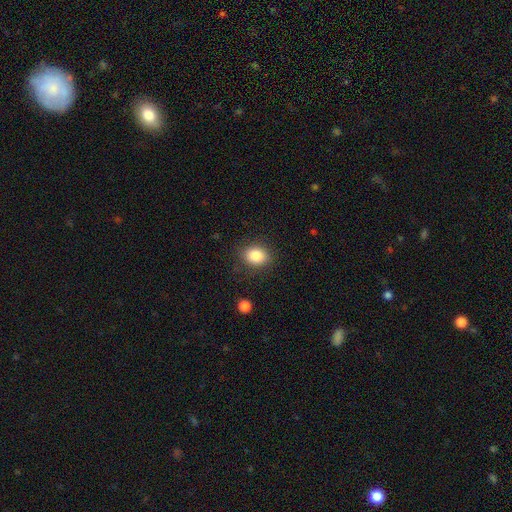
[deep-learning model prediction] smooth-or-featured: smooth: 85% | star or artifact: 9% | featured or disk: 5%
  how-rounded: in between: 50% | round: 49% | cigar-shaped: 1%
  merging: none: 85% | minor disturbance: 10% | major disturbance: 3% | merger: 1%